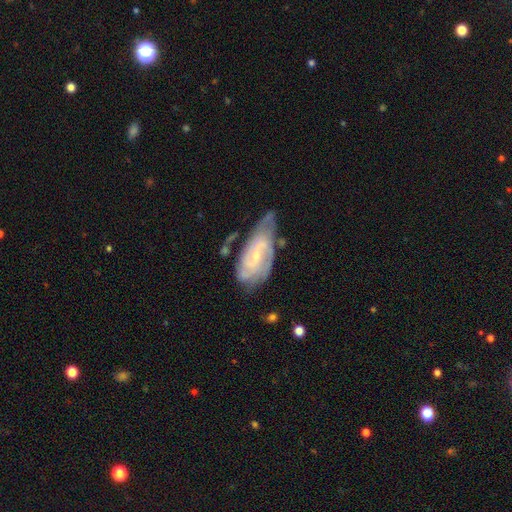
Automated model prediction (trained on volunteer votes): Smooth or featured? Predicted: featured or disk (p=0.80). Edge-on disk? Predicted: no (p=0.95). Bar? Predicted: weak (p=0.44). Spiral arms? Predicted: yes (p=0.92). Spiral winding? Predicted: tight (p=0.52). Spiral arm count? Predicted: 2 (p=0.43). Bulge size? Predicted: small (p=0.71). Merging? Predicted: none (p=0.45).